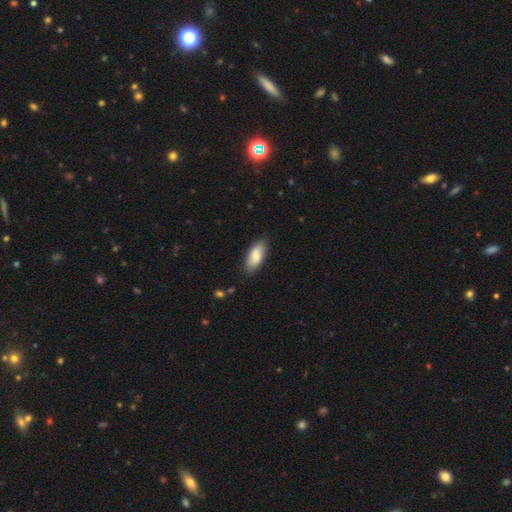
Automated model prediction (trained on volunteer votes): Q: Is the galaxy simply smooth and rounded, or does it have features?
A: smooth — 82%.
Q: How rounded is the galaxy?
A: in between — 84%.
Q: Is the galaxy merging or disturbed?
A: none — 82%.